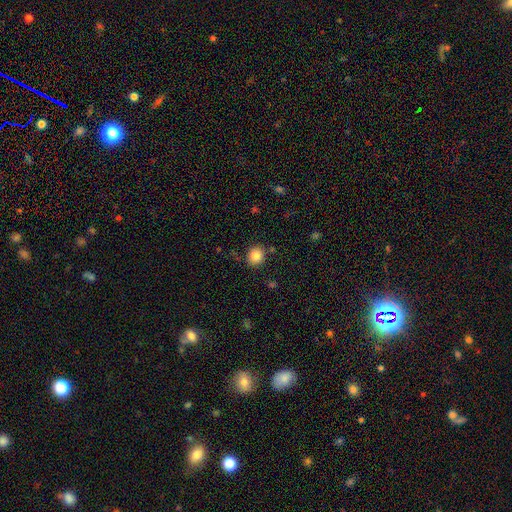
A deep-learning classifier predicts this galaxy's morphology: smooth-or-featured: smooth: 84% | star or artifact: 10% | featured or disk: 6%
  how-rounded: round: 79% | in between: 21% | cigar-shaped: 1%
  merging: none: 85% | minor disturbance: 9% | merger: 3% | major disturbance: 2%